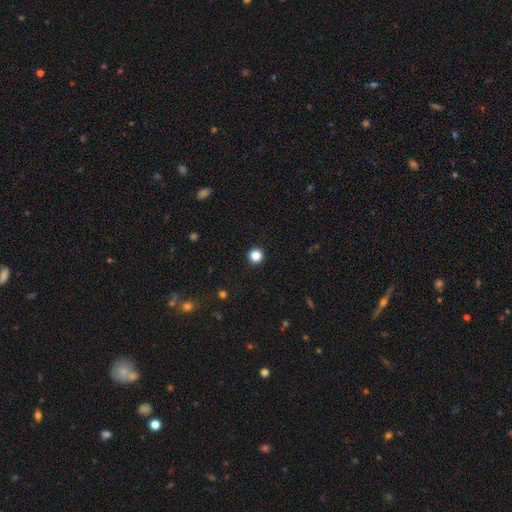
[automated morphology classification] The model was most divided on "smooth or featured": smooth: 86%, star or artifact: 11%, featured or disk: 3%. More confident: how rounded — round (96%); merging — none (94%).